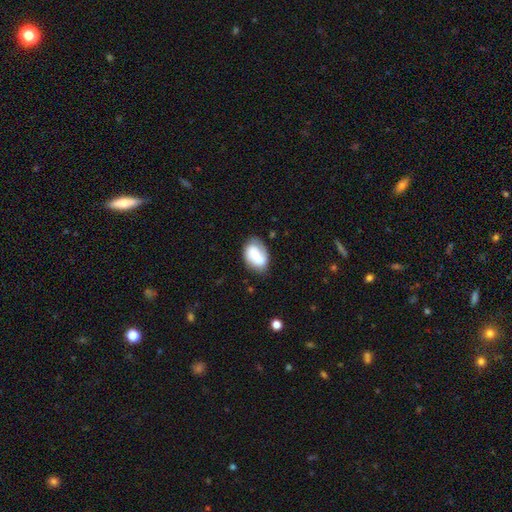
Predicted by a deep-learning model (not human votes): smooth-or-featured: smooth: 52% | featured or disk: 41% | star or artifact: 7%
  how-rounded: in between: 83% | round: 16% | cigar-shaped: 2%
  merging: none: 66% | minor disturbance: 23% | major disturbance: 7% | merger: 4%